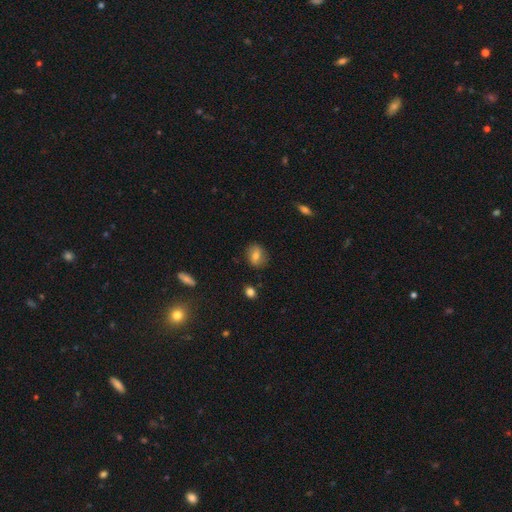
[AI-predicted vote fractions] A smooth galaxy with no disk features (72%) that is in between round and cigar-shaped (50%).

Vote fractions:
- Smooth or featured? smooth: 72% / featured or disk: 19% / star or artifact: 10%
- How rounded? in between: 50% / round: 48% / cigar-shaped: 2%
- Merging? none: 83% / minor disturbance: 13% / major disturbance: 3% / merger: 2%